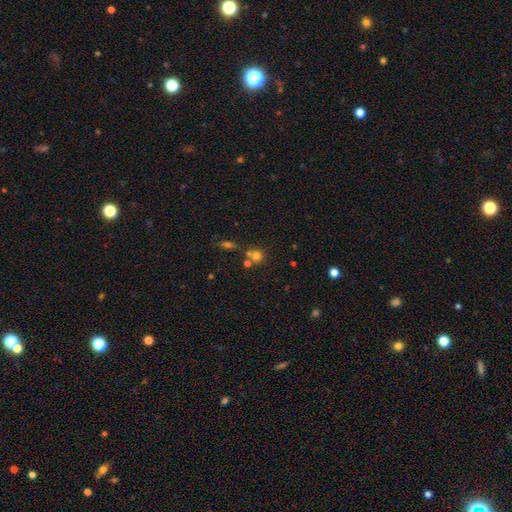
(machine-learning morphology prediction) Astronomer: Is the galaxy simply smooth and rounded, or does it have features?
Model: smooth — 71%.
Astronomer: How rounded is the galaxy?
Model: round — 85%.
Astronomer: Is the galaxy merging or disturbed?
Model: none — 52% (runner-up: merger, 35%).